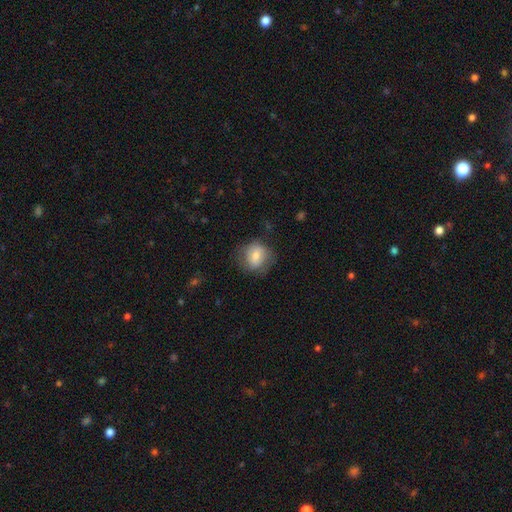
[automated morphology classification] Smooth or featured: smooth — 70% (featured or disk — 23%)
How rounded: round — 75% (in between — 24%)
Merging: none — 69% (minor disturbance — 21%)